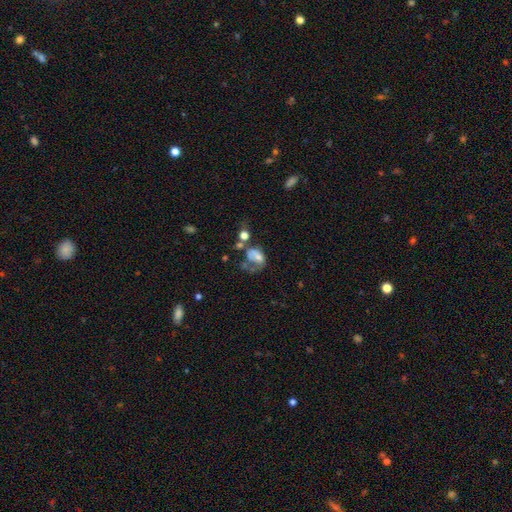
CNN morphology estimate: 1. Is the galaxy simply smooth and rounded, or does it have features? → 50% smooth, 38% featured or disk, 13% star or artifact.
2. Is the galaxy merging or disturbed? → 41% major disturbance, 25% merger, 18% none, 16% minor disturbance.